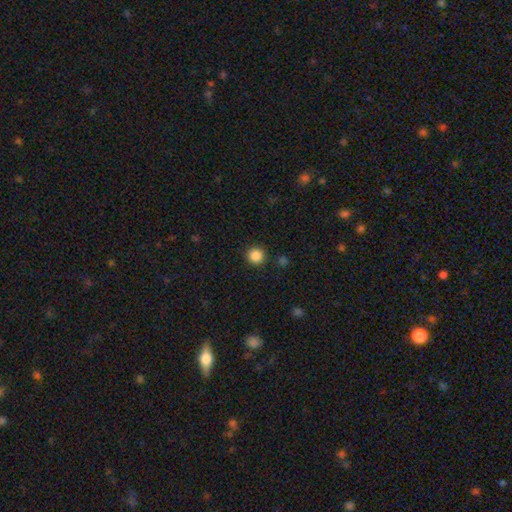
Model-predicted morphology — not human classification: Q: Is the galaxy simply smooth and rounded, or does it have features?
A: smooth — 87%.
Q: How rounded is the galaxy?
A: round — 95%.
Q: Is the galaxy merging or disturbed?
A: none — 91%.